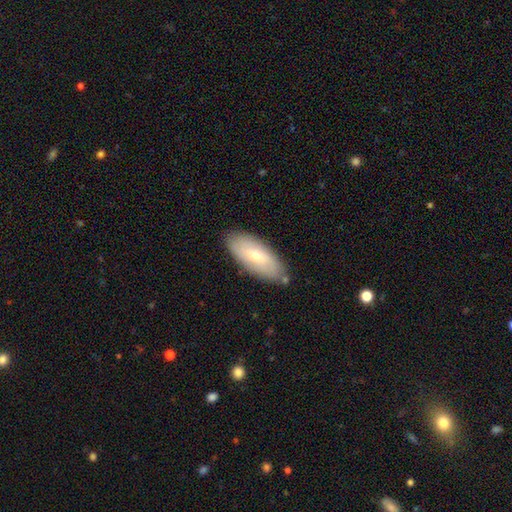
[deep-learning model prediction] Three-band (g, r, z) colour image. It shows a smooth galaxy with no disk features (63%) that is in between round and cigar-shaped (84%). Merging: none (81%).